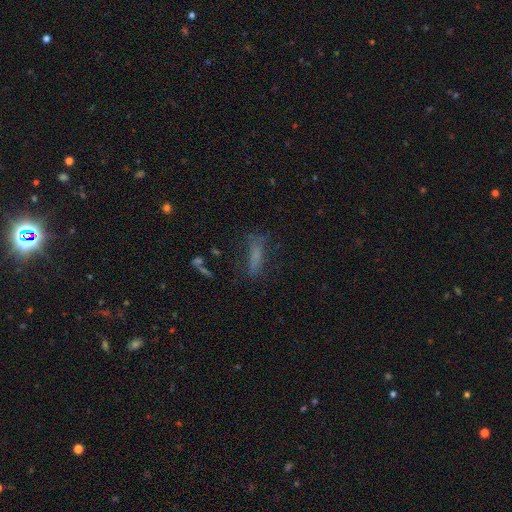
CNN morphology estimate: This appears to be a smooth galaxy with no disk features (54%) that is cigar-shaped (70%). Merging: none (55%).